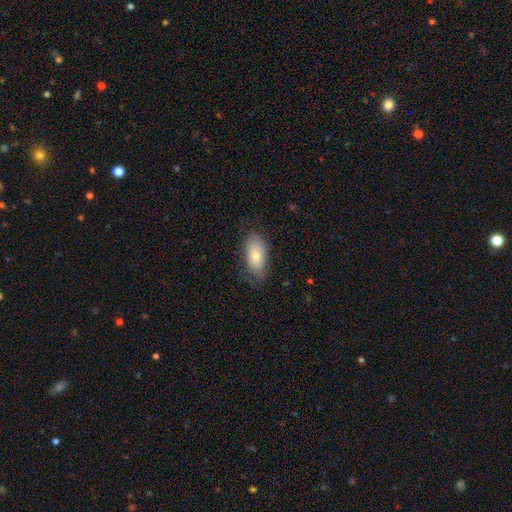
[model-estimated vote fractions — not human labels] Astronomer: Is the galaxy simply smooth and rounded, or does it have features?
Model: smooth — 78%.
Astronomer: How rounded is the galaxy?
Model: in between — 92%.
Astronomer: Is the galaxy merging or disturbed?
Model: none — 73%.